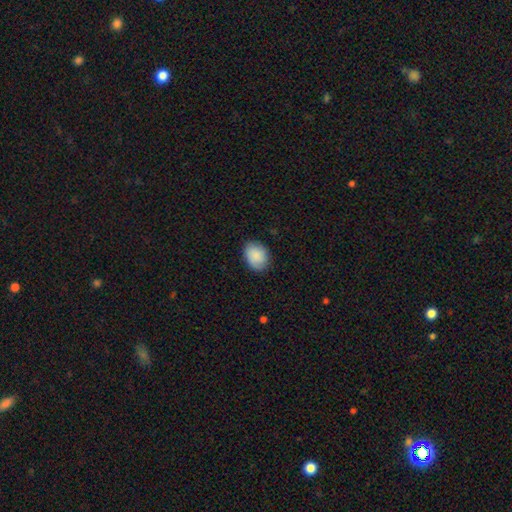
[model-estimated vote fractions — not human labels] This is clearly a smooth galaxy (90%). How rounded: likely in between (67%). Merging: clearly none (84%).